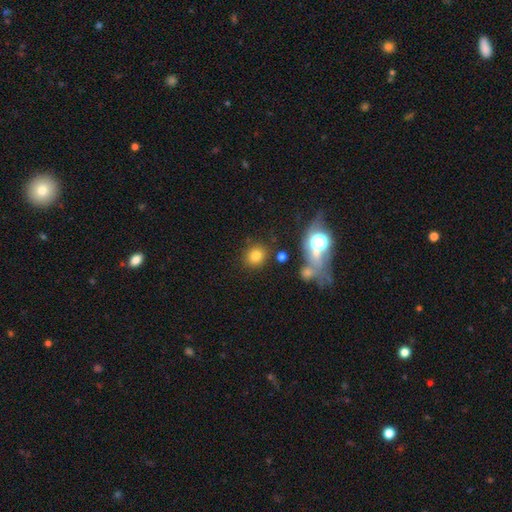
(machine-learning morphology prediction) Q: Smooth or featured?
A: smooth (77%); runner-up: star or artifact (16%)
Q: How rounded?
A: round (80%); runner-up: in between (19%)
Q: Merging?
A: none (81%); runner-up: minor disturbance (9%)